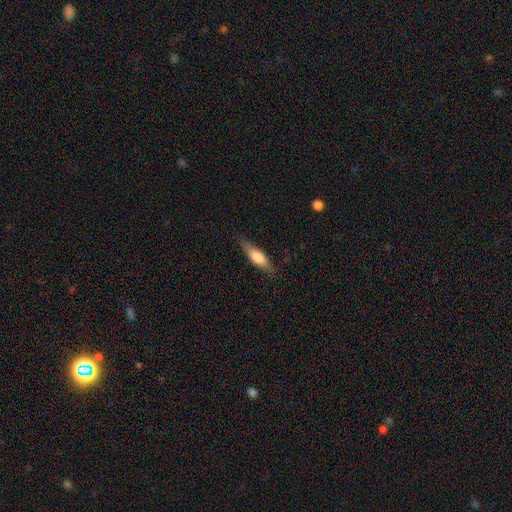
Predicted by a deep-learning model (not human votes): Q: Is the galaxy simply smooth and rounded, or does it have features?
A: smooth — 57%.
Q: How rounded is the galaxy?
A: cigar-shaped — 64%.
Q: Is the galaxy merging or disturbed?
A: none — 81%.